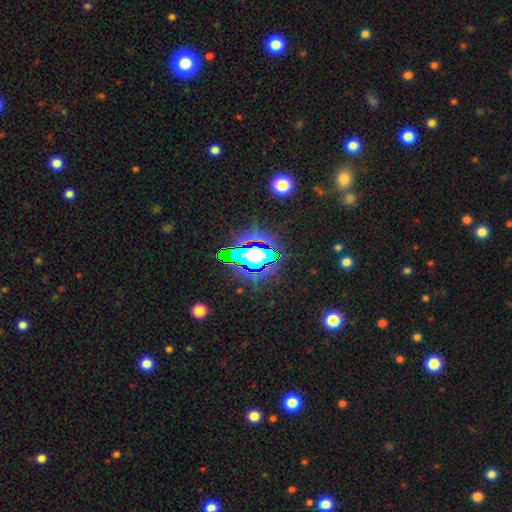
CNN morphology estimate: Smooth or featured?
  - star or artifact: 74% *
  - smooth: 15%
  - featured or disk: 12%